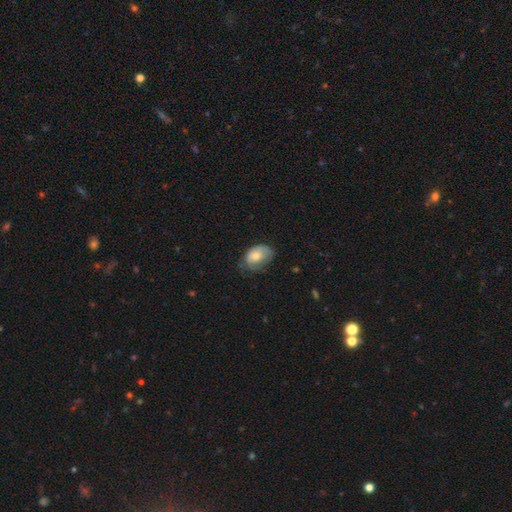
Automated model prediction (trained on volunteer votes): smooth 66%, featured or disk 27%, star or artifact 7%. Down the decision tree: how rounded — in between (81%); merging — none (48%).